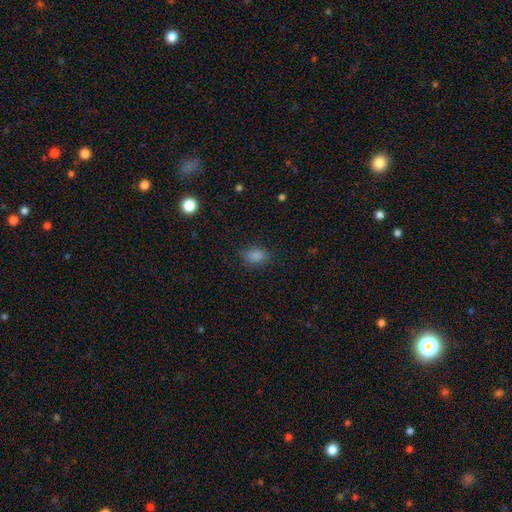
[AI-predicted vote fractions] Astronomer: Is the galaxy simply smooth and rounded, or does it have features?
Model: smooth — 85%.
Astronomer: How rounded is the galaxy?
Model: in between — 79%.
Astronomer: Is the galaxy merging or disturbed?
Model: none — 80%.